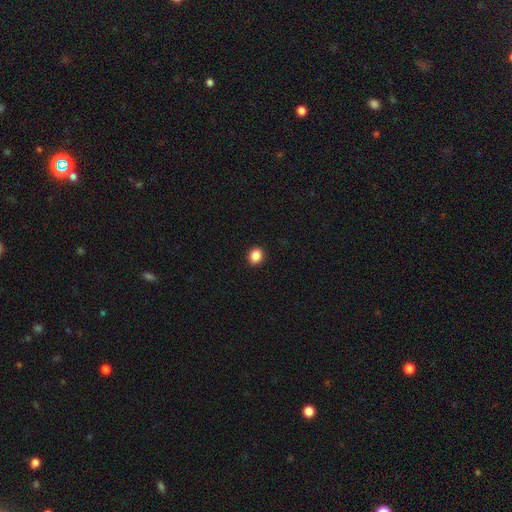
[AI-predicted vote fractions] smooth_or_featured: smooth (p=0.87) [alt: star or artifact p=0.10]
how_rounded: round (p=0.68) [alt: in between p=0.31]
merging: none (p=0.92) [alt: minor disturbance p=0.05]